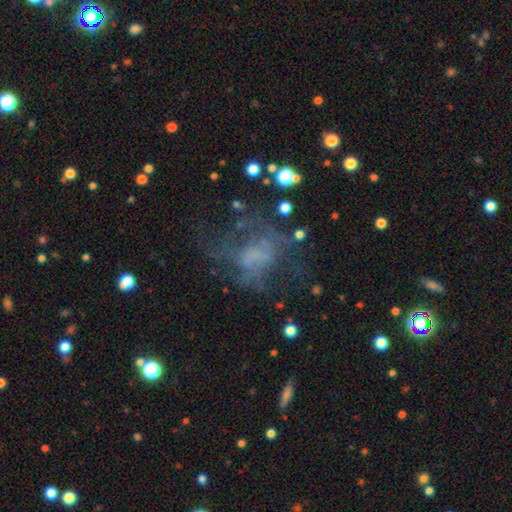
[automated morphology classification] Smooth or featured?
  - featured or disk: 48% *
  - smooth: 30%
  - star or artifact: 21%
Merging?
  - none: 45% *
  - major disturbance: 34%
  - minor disturbance: 18%
  - merger: 4%